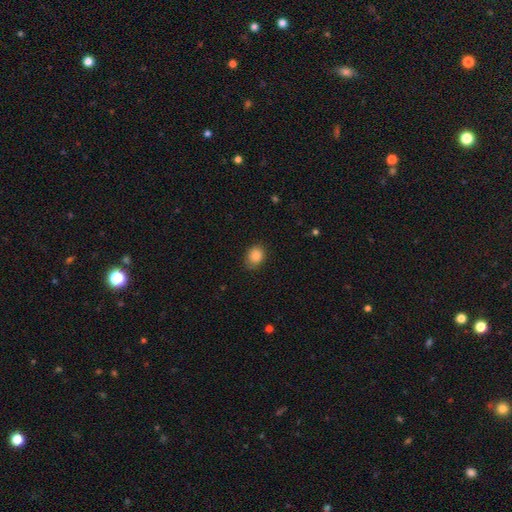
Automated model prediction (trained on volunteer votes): A smooth galaxy with no disk features (85%) that is in between round and cigar-shaped (52%).

Vote fractions:
- Smooth or featured? smooth: 85% / star or artifact: 9% / featured or disk: 6%
- How rounded? in between: 52% / round: 47% / cigar-shaped: 1%
- Merging? none: 76% / minor disturbance: 19% / major disturbance: 4% / merger: 1%